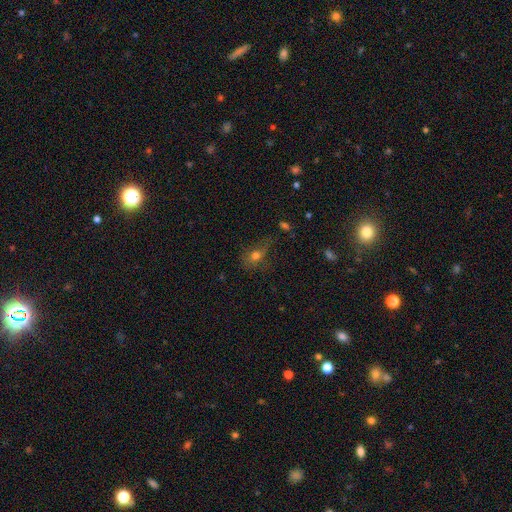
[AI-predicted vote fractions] Smooth or featured? smooth (61%)
How rounded? in between (67%)
Merging? none (47%)